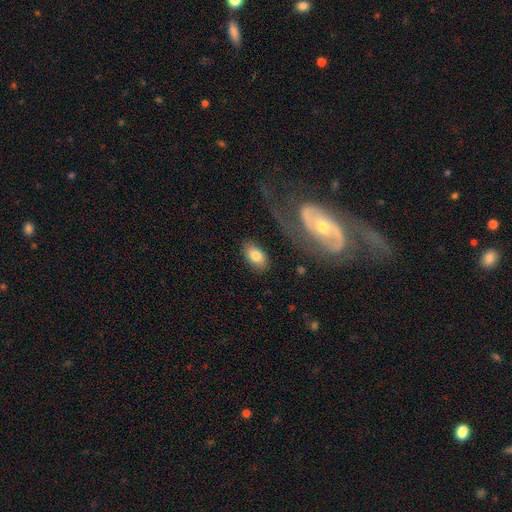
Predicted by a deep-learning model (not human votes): A smooth galaxy with no disk features (78%) that is in between round and cigar-shaped (92%). Merging: none (79%).